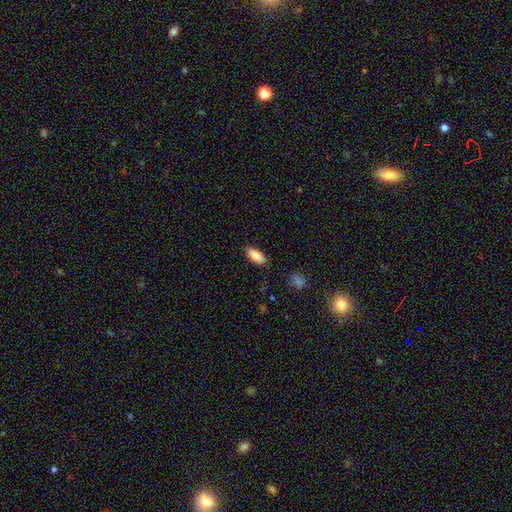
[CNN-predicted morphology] smooth 86%, star or artifact 7%, featured or disk 7%. Down the decision tree: how rounded — in between (87%); merging — none (86%).